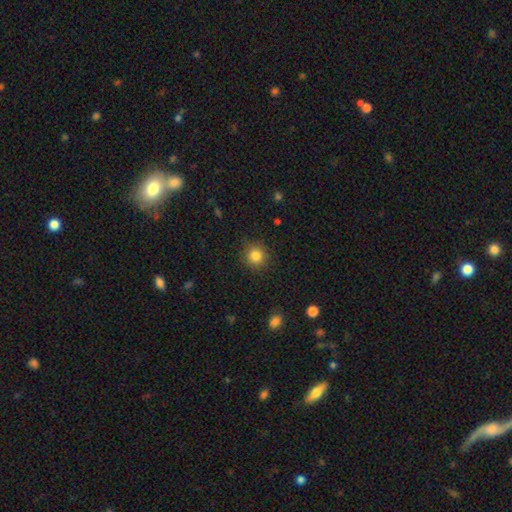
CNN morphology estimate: A smooth galaxy with no disk features (83%) that is round (93%). Merging: none (90%).